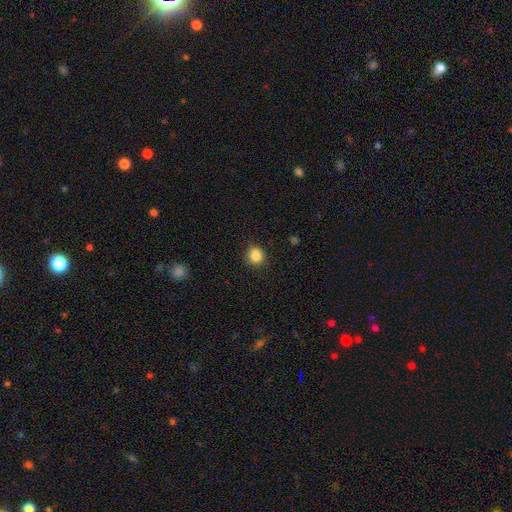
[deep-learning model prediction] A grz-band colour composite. It shows a smooth galaxy with no disk features (86%) that is round (79%). Merging: none (84%).